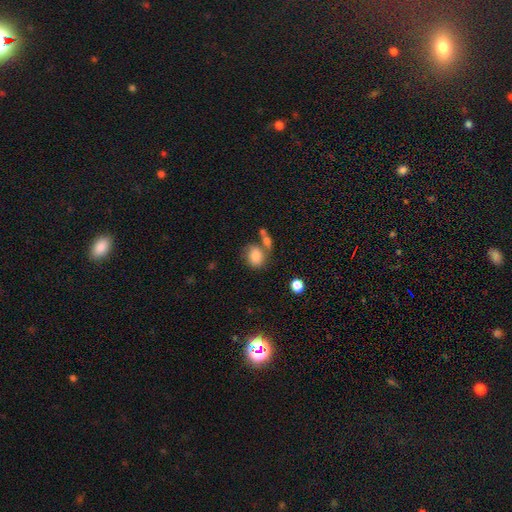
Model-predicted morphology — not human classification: type=smooth (80%); roundness=round (53%); merging=none (51%).